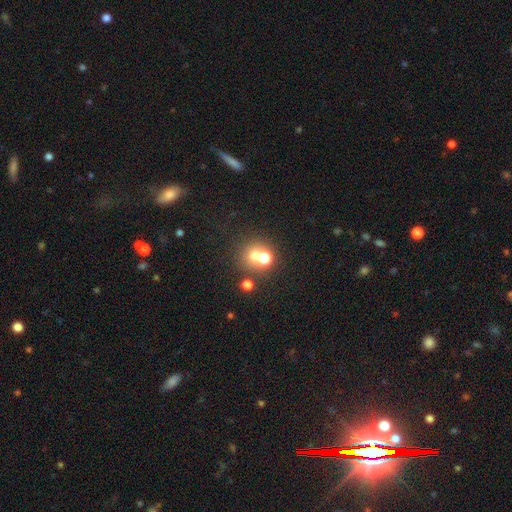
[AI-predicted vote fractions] Smooth or featured? smooth (63%)
How rounded? round (83%)
Merging? none (48%)